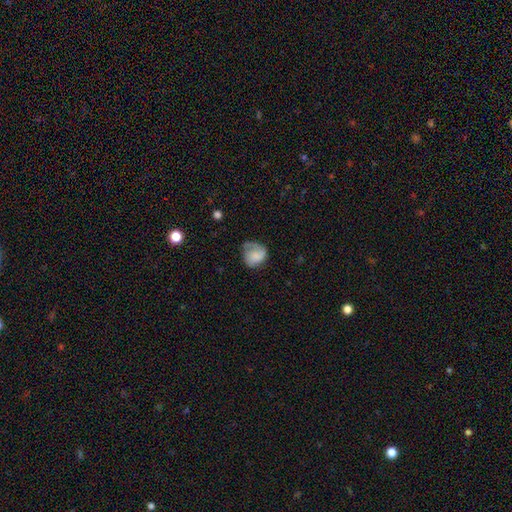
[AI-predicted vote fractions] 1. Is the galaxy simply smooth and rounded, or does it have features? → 58% smooth, 35% featured or disk, 8% star or artifact.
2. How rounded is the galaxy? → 65% round, 34% in between, 1% cigar-shaped.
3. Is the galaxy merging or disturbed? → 42% none, 32% minor disturbance, 23% major disturbance, 2% merger.